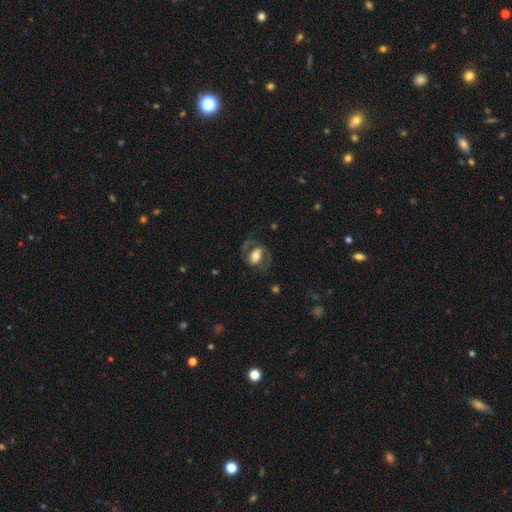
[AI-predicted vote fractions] Smooth or featured?
  - featured or disk: 65% *
  - smooth: 29%
  - star or artifact: 7%
Edge-on disk?
  - no: 95% *
  - yes: 5%
Bar?
  - weak: 35% *
  - no: 33%
  - strong: 32%
Spiral arms?
  - yes: 85% *
  - no: 15%
Spiral winding?
  - medium: 52% *
  - loose: 30%
  - tight: 18%
Spiral arm count?
  - 2: 86% *
  - 1: 6%
  - can't tell: 5%
  - 3: 1%
  - 4: 1%
  - more than 4: 1%
Bulge size?
  - moderate: 55% *
  - large: 28%
  - small: 12%
  - dominant: 4%
  - none: 2%
Merging?
  - none: 62% *
  - major disturbance: 20%
  - minor disturbance: 17%
  - merger: 2%